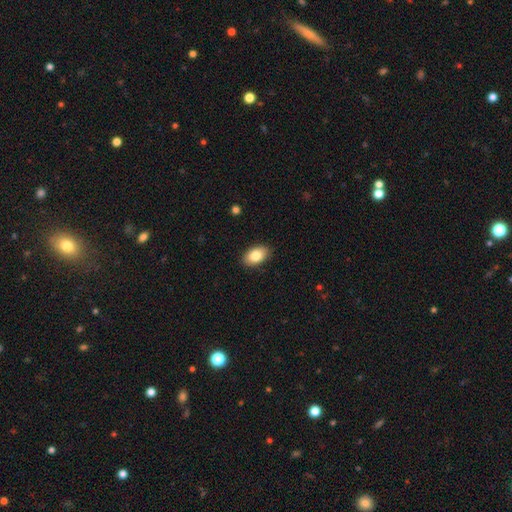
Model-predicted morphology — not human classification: smooth-or-featured: smooth: 83% | featured or disk: 10% | star or artifact: 7%
  how-rounded: in between: 91% | round: 8% | cigar-shaped: 1%
  merging: none: 89% | minor disturbance: 8% | major disturbance: 2% | merger: 1%